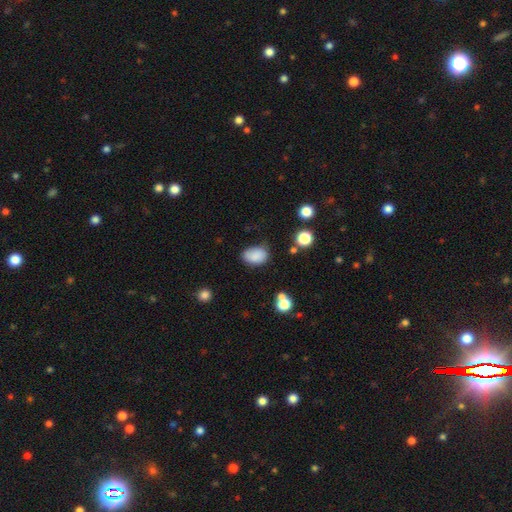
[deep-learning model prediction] smooth_or_featured: smooth (p=0.86) [alt: star or artifact p=0.09]
how_rounded: in between (p=0.82) [alt: round p=0.17]
merging: none (p=0.70) [alt: minor disturbance p=0.22]